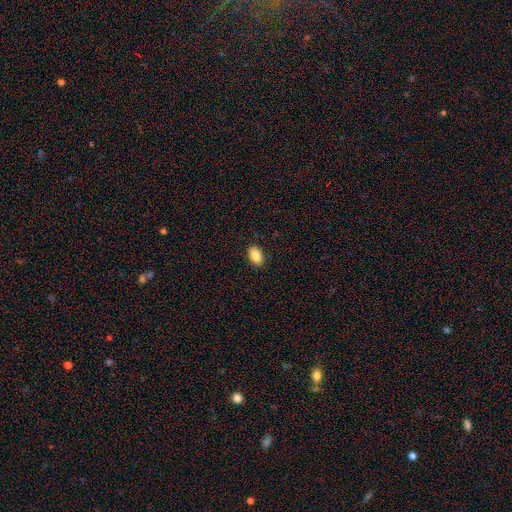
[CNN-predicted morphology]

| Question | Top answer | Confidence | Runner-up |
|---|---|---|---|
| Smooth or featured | smooth | 86% | star or artifact (8%) |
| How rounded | in between | 89% | round (9%) |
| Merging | none | 89% | minor disturbance (8%) |